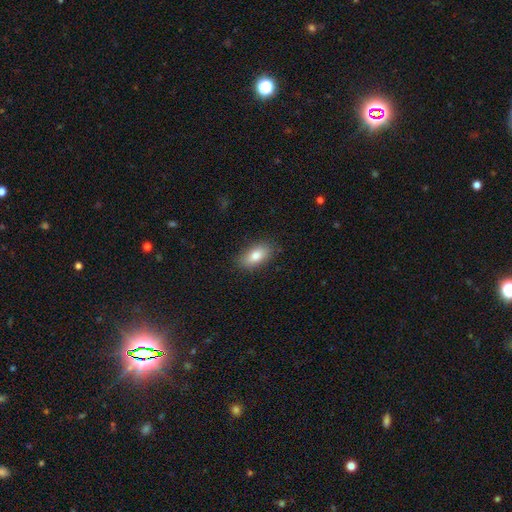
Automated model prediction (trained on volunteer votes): A smooth galaxy with no disk features (80%) that is in between round and cigar-shaped (88%). Merging: none (86%).